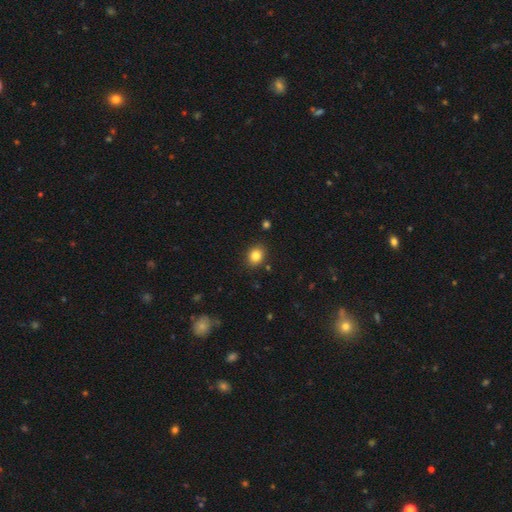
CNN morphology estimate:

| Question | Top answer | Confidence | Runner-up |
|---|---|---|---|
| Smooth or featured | smooth | 84% | star or artifact (11%) |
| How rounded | round | 58% | in between (42%) |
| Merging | none | 87% | minor disturbance (9%) |